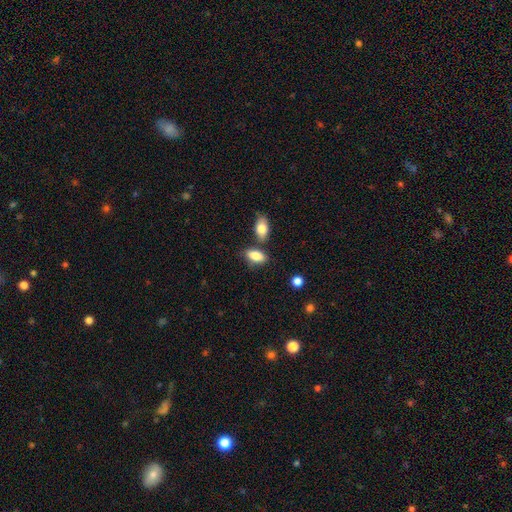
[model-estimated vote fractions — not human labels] Q: Smooth or featured?
A: smooth (85%); runner-up: featured or disk (8%)
Q: How rounded?
A: in between (90%); runner-up: cigar-shaped (5%)
Q: Merging?
A: none (65%); runner-up: merger (16%)